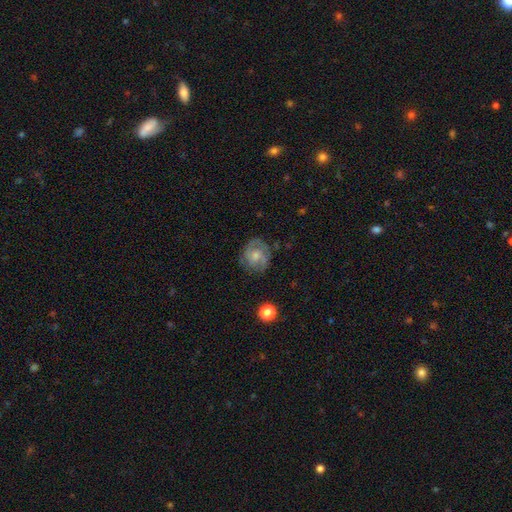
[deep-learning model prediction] Smooth or featured? Predicted: featured or disk (p=0.64). Edge-on disk? Predicted: no (p=0.97). Bar? Predicted: no (p=0.68). Spiral arms? Predicted: yes (p=0.87). Spiral winding? Predicted: tight (p=0.50). Spiral arm count? Predicted: 2 (p=0.54). Bulge size? Predicted: small (p=0.44). Merging? Predicted: none (p=0.73).